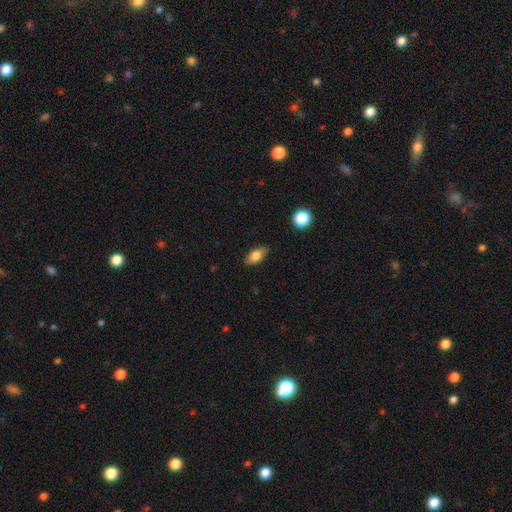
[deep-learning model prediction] This is likely a smooth galaxy (77%). How rounded: clearly in between (86%). Merging: clearly none (85%).